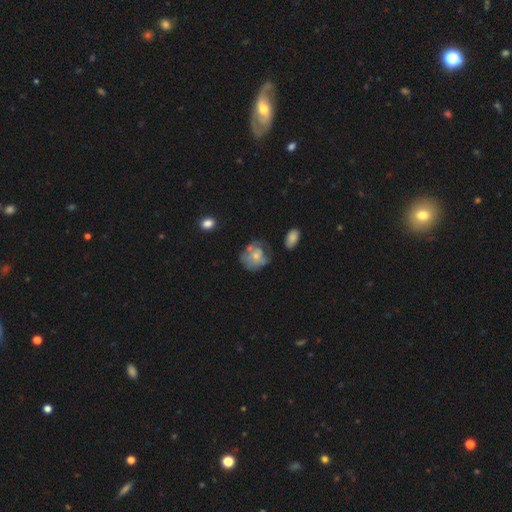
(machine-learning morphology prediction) Smooth or featured? featured or disk (48%)
Merging? none (43%)